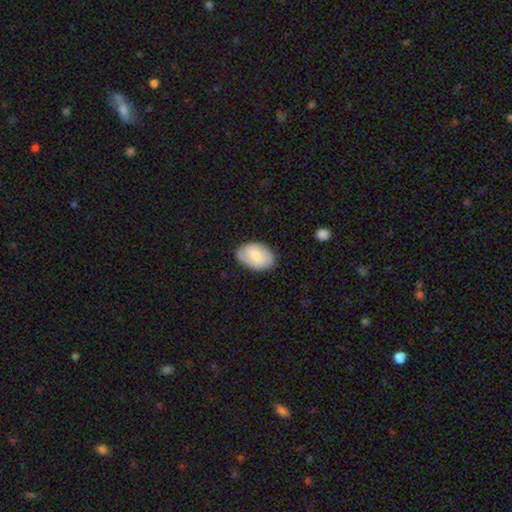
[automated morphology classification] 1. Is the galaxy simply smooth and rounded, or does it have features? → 66% smooth, 28% featured or disk, 6% star or artifact.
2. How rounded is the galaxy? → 89% in between, 10% round, 1% cigar-shaped.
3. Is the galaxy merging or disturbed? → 79% none, 16% minor disturbance, 4% major disturbance, 1% merger.